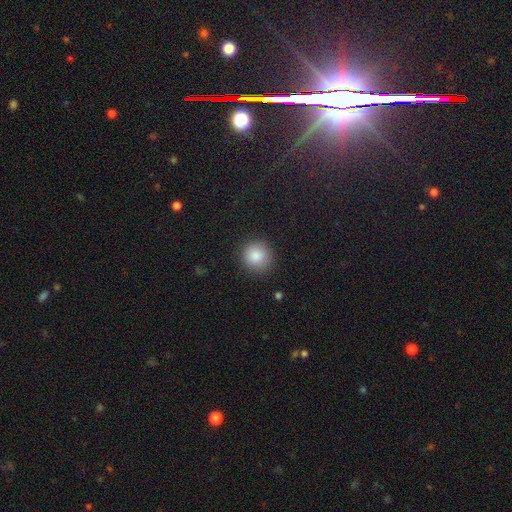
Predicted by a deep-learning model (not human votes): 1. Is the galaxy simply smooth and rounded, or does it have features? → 86% smooth, 9% star or artifact, 5% featured or disk.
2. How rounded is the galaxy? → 92% round, 7% in between, 1% cigar-shaped.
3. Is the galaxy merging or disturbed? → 89% none, 8% minor disturbance, 3% major disturbance, 1% merger.